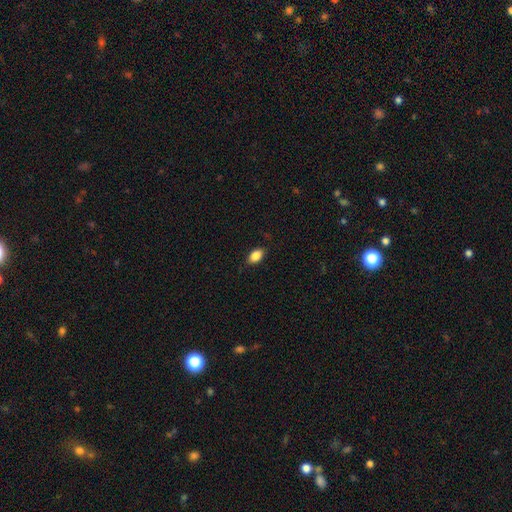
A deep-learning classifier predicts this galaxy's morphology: Smooth or featured? smooth (86%)
How rounded? in between (89%)
Merging? none (84%)